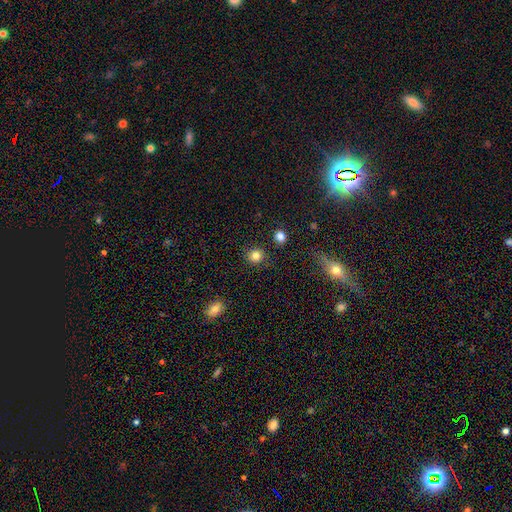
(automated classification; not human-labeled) Q: Smooth or featured?
A: smooth (83%); runner-up: star or artifact (12%)
Q: How rounded?
A: round (87%); runner-up: in between (12%)
Q: Merging?
A: none (87%); runner-up: minor disturbance (8%)